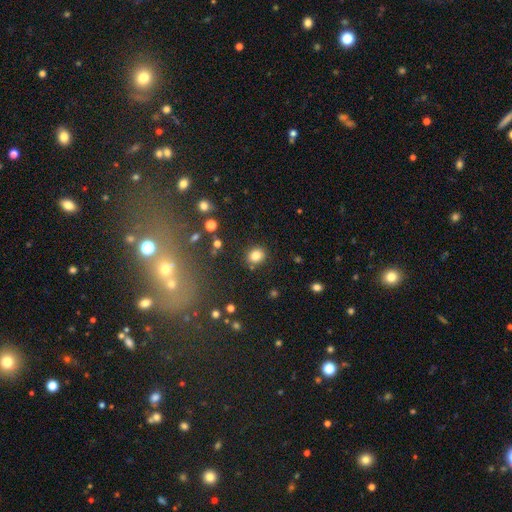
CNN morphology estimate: smooth 82%, star or artifact 12%, featured or disk 6%. Down the decision tree: how rounded — round (78%); merging — none (86%).